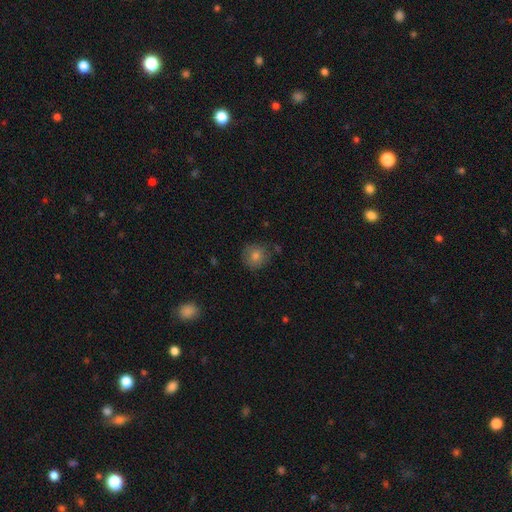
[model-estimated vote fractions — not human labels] Overall: smooth (76%). How rounded: round (91%). Merging: none (83%).